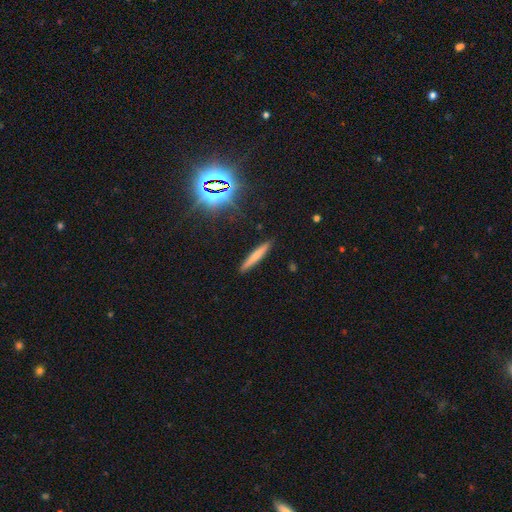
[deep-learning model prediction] Smooth or featured? Predicted: smooth (p=0.66). How rounded? Predicted: cigar-shaped (p=0.94). Merging? Predicted: none (p=0.90).